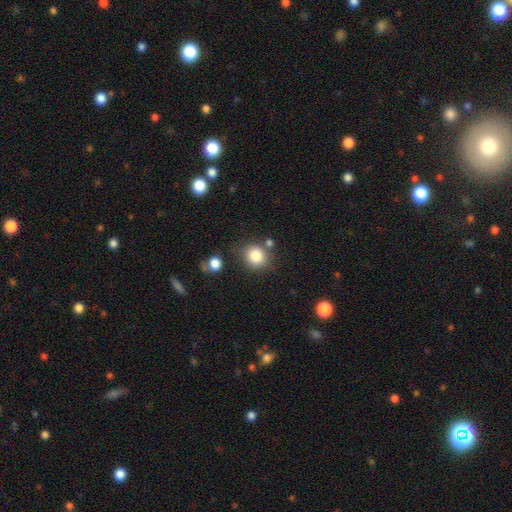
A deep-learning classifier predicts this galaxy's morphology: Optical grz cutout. It shows a smooth galaxy with no disk features (83%) that is round (83%). Merging: none (74%).